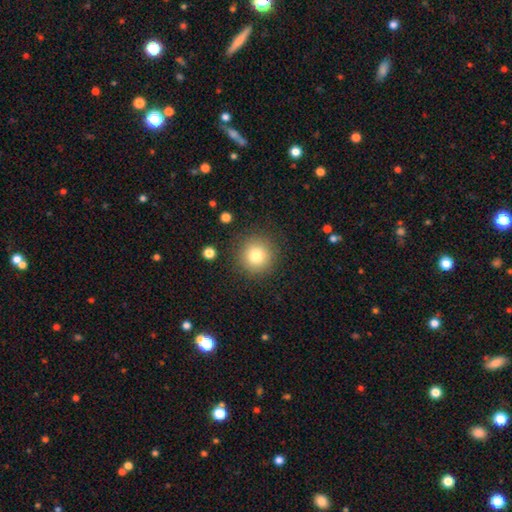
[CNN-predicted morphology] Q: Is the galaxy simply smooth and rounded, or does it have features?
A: smooth — 79%.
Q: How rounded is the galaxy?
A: round — 94%.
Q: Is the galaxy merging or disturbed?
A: none — 88%.